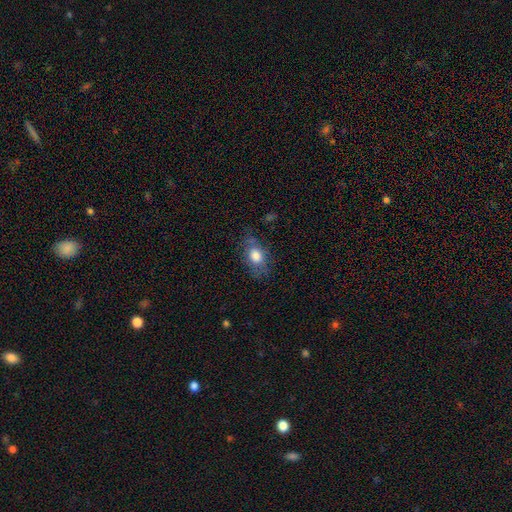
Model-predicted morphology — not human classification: type=smooth (76%); roundness=in between (78%); merging=none (65%).